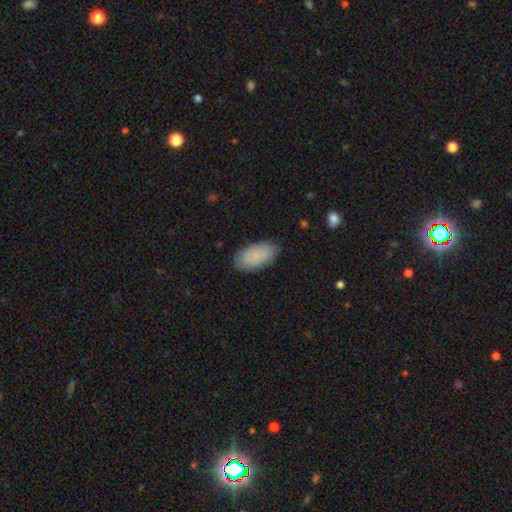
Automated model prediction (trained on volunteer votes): A smooth galaxy with no disk features (83%) that is in between round and cigar-shaped (95%). Merging: none (84%).